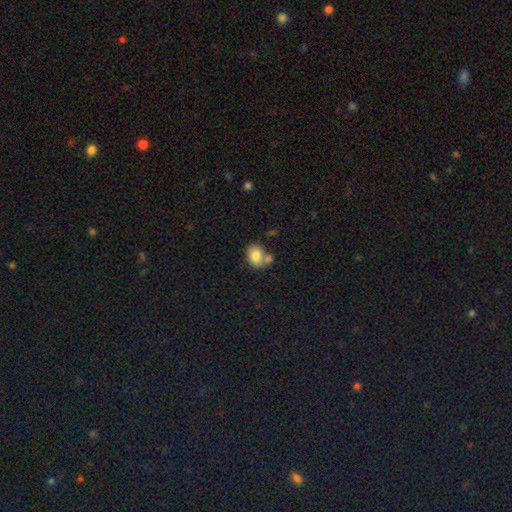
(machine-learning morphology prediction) smooth 81%, featured or disk 11%, star or artifact 8%. Down the decision tree: how rounded — in between (58%); merging — none (51%).